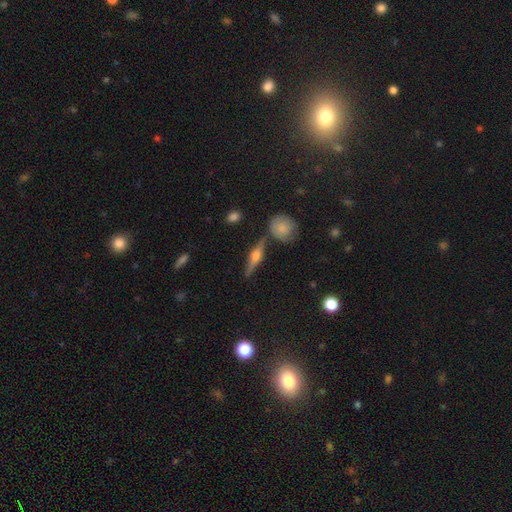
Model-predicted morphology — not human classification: A featured or disk galaxy (72%) viewed edge-on (96%) with a rounded central bulge (94%).

Vote fractions:
- Smooth or featured? featured or disk: 72% / smooth: 21% / star or artifact: 7%
- Edge-on disk? yes: 96% / no: 4%
- Edge-on bulge? rounded: 94% / boxy: 4% / none: 2%
- Merging? none: 82% / minor disturbance: 9% / merger: 6% / major disturbance: 3%